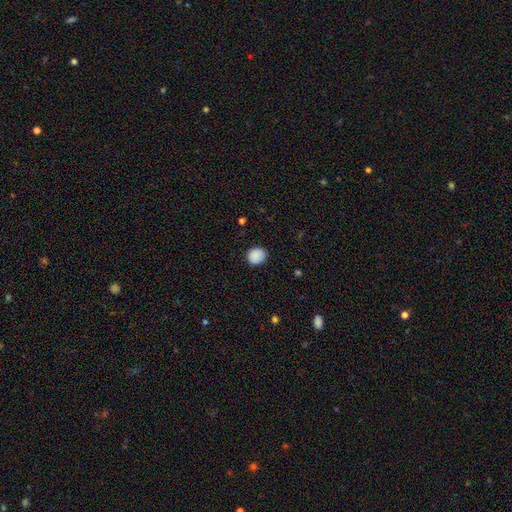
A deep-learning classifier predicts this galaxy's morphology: smooth 88%, star or artifact 8%, featured or disk 4%. Down the decision tree: how rounded — round (74%); merging — none (86%).